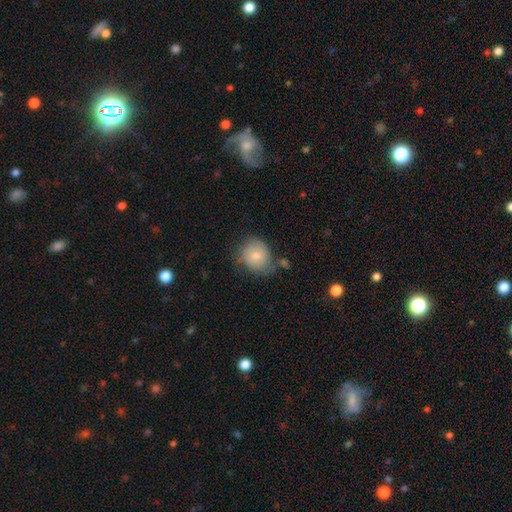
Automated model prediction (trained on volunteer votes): A smooth galaxy with no disk features (73%) that is round (75%). Merging: none (56%).